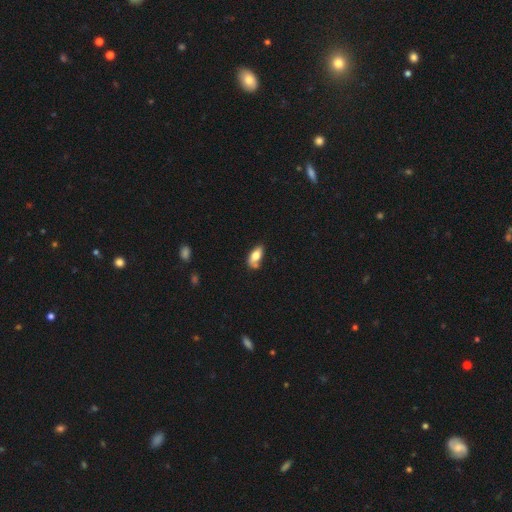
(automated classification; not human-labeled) smooth 75%, featured or disk 18%, star or artifact 7%. Down the decision tree: how rounded — in between (88%); merging — none (52%).